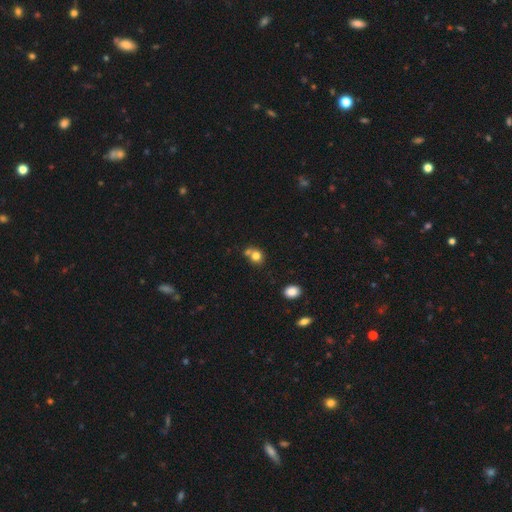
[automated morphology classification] Smooth or featured? Predicted: smooth (p=0.79). How rounded? Predicted: round (p=0.74). Merging? Predicted: none (p=0.46).